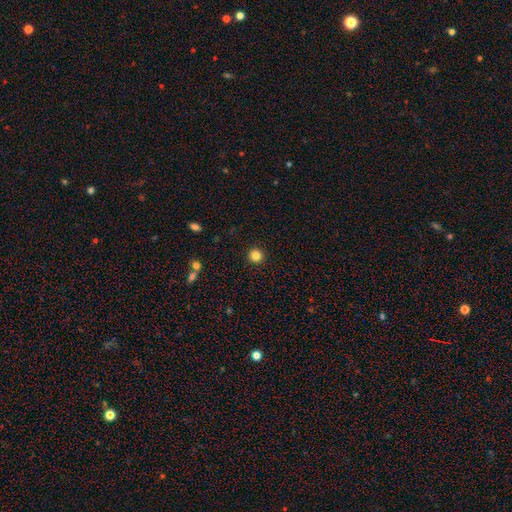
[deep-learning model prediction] Smooth or featured?
  - smooth: 84% *
  - star or artifact: 11%
  - featured or disk: 4%
How rounded?
  - round: 95% *
  - in between: 4%
  - cigar-shaped: 1%
Merging?
  - none: 93% *
  - minor disturbance: 4%
  - major disturbance: 2%
  - merger: 1%